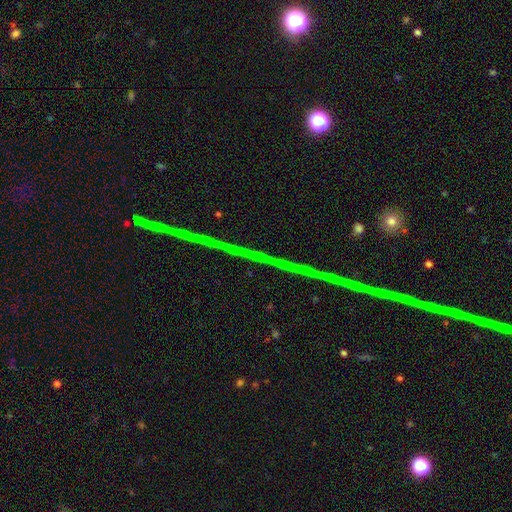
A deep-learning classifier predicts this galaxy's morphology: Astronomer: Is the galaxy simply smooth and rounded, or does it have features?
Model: star or artifact — 83%.